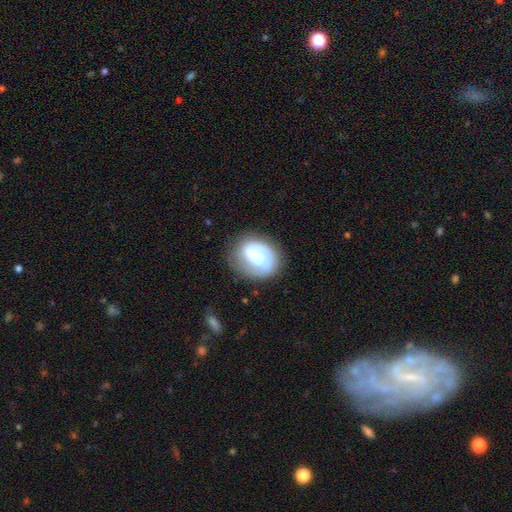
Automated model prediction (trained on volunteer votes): Morphology: type=featured or disk (61%); edge-on=no (97%); bar=weak (43%); spiral arms=yes (79%); bulge=moderate (40%); merging=none (63%).